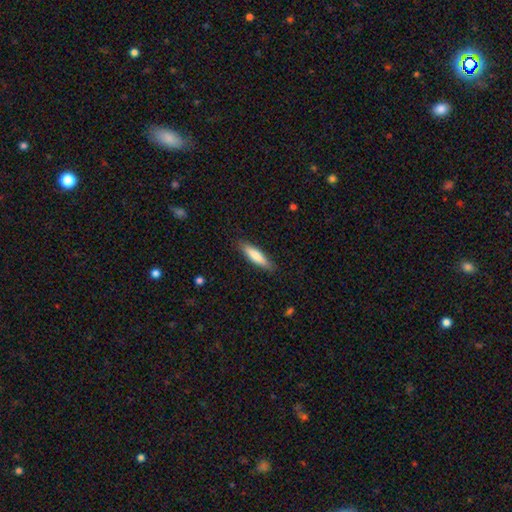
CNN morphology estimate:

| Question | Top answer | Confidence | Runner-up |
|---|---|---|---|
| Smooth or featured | smooth | 77% | featured or disk (17%) |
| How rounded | cigar-shaped | 75% | in between (24%) |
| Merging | none | 88% | minor disturbance (9%) |